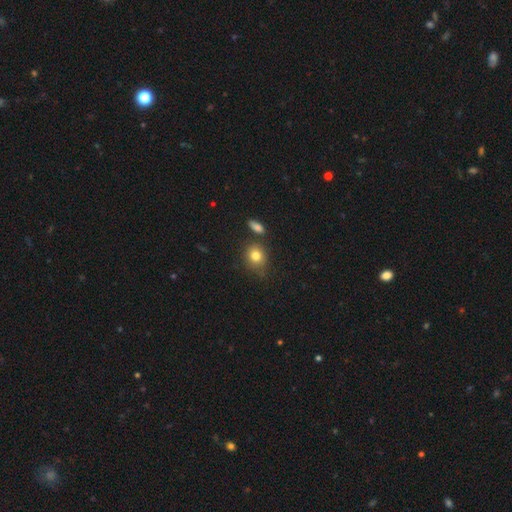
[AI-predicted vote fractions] This is clearly a smooth galaxy (80%). How rounded: likely round (66%). Merging: likely none (67%).